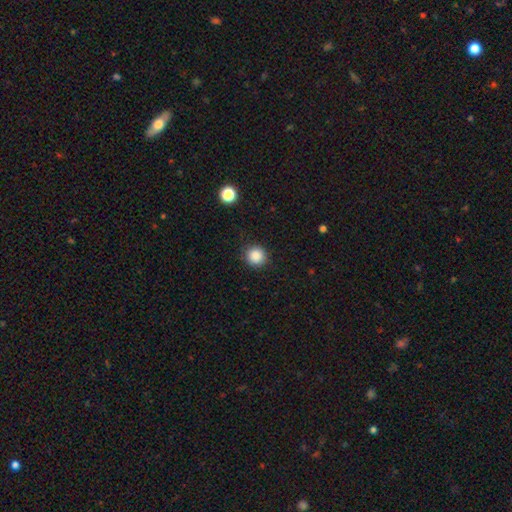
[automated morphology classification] Overall: smooth (87%). How rounded: round (92%). Merging: none (89%).